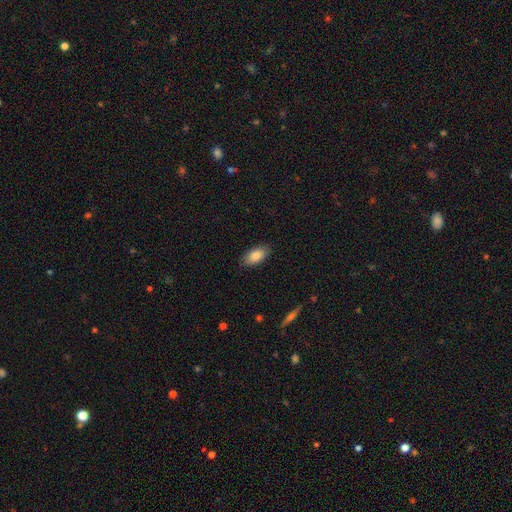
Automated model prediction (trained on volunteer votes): This is clearly a smooth galaxy (86%). How rounded: clearly in between (93%). Merging: clearly none (87%).